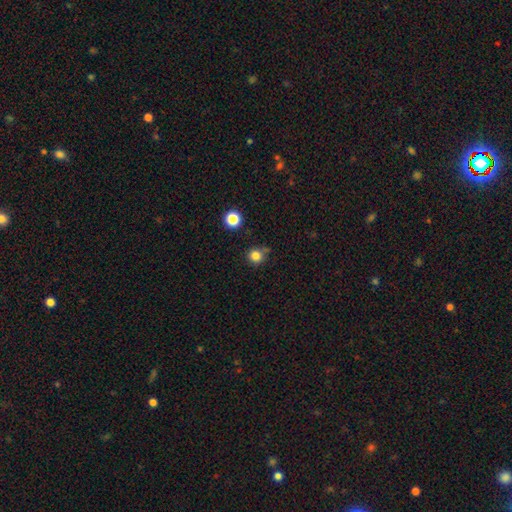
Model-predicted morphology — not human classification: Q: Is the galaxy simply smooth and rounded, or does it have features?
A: smooth — 82%.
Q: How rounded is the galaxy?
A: round — 92%.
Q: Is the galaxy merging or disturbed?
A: none — 75%.